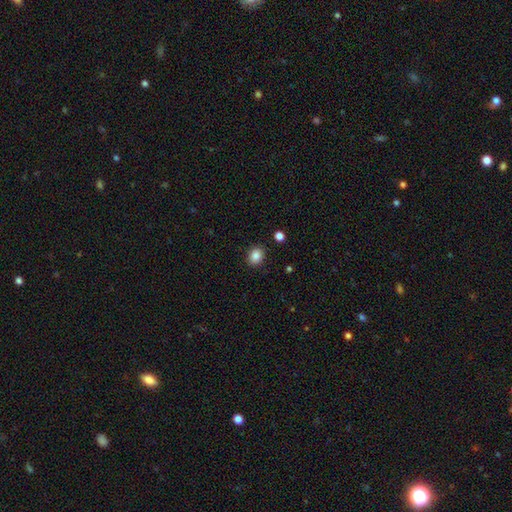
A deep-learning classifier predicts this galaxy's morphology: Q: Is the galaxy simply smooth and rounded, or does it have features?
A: smooth — 85%.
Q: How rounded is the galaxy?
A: round — 50%.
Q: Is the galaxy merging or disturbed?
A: none — 88%.